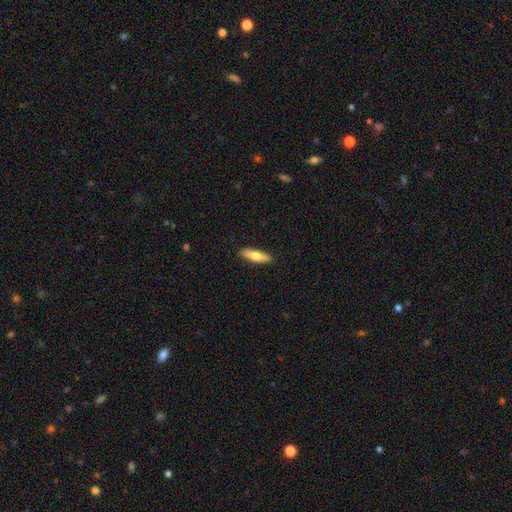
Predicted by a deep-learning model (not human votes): This is likely a smooth galaxy (66%). How rounded: likely cigar-shaped (61%). Merging: clearly none (90%).